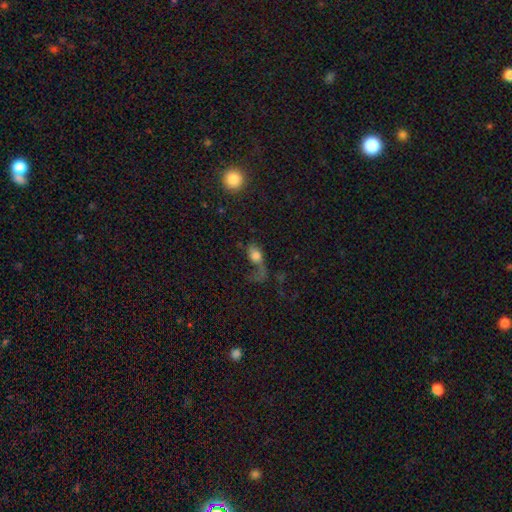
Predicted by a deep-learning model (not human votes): This is possibly a smooth galaxy (50%). How rounded: likely in between (67%). Merging: possibly major disturbance (58%).